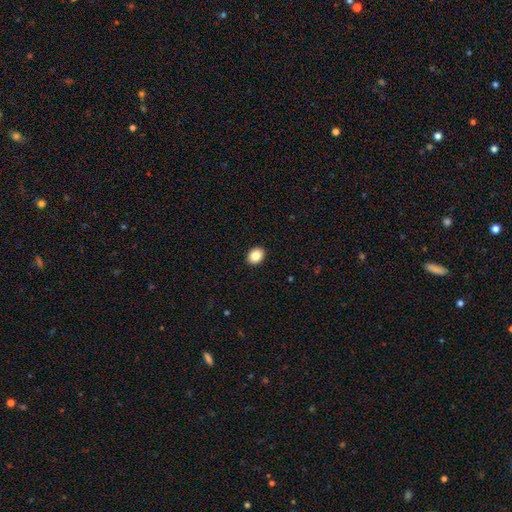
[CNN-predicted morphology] Smooth or featured?
  - smooth: 86% *
  - star or artifact: 9%
  - featured or disk: 6%
How rounded?
  - in between: 56% *
  - round: 44%
  - cigar-shaped: 1%
Merging?
  - none: 92% *
  - minor disturbance: 6%
  - major disturbance: 2%
  - merger: 1%